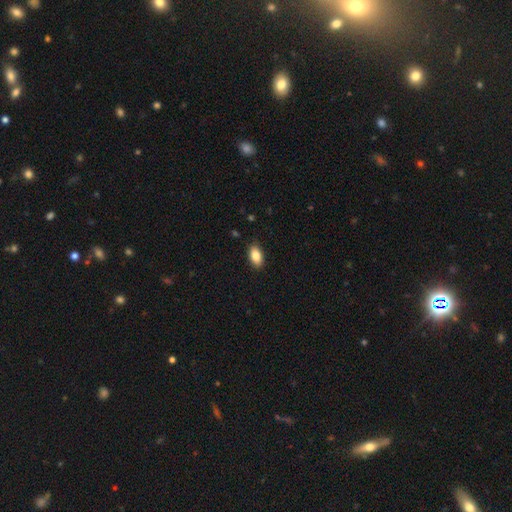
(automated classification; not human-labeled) Smooth or featured? Predicted: smooth (p=0.85). How rounded? Predicted: in between (p=0.92). Merging? Predicted: none (p=0.88).